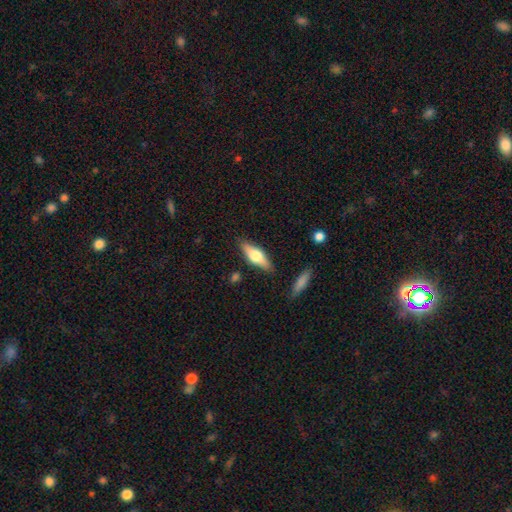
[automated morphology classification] smooth-or-featured: featured or disk: 47% (tied) | smooth: 47% (tied) | star or artifact: 6%
  merging: none: 85% | minor disturbance: 10% | merger: 2% | major disturbance: 2%